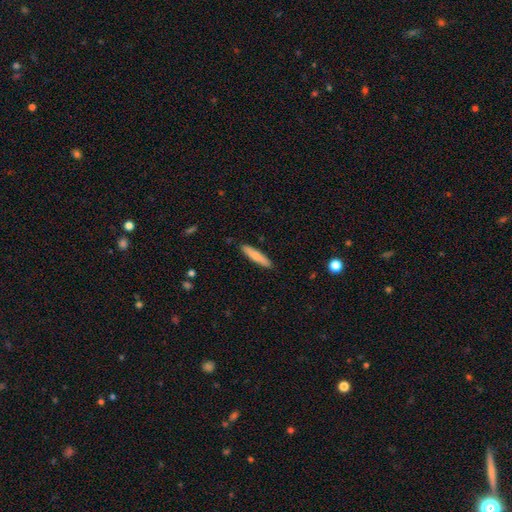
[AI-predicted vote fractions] A smooth galaxy with no disk features (79%) that is cigar-shaped (88%). Merging: none (90%).